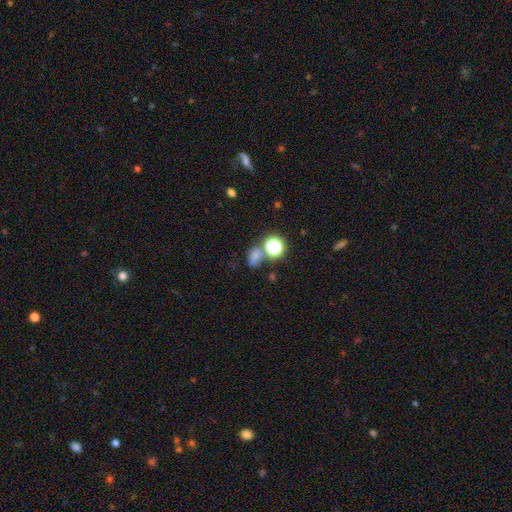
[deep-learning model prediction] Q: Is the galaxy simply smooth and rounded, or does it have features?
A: smooth — 63%.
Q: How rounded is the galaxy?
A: in between — 55%.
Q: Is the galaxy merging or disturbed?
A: none — 53%.